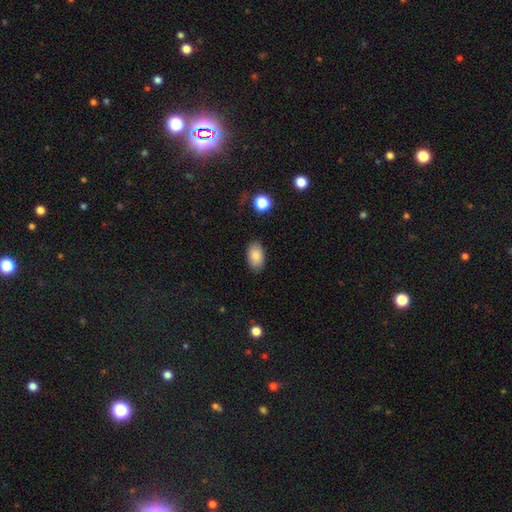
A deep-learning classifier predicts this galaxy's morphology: Smooth or featured? smooth (86%)
How rounded? in between (92%)
Merging? none (87%)